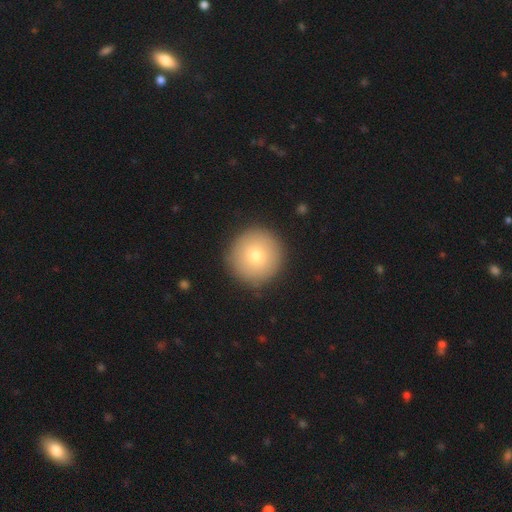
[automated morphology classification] This is likely a smooth galaxy (76%). How rounded: clearly round (96%). Merging: clearly none (91%).